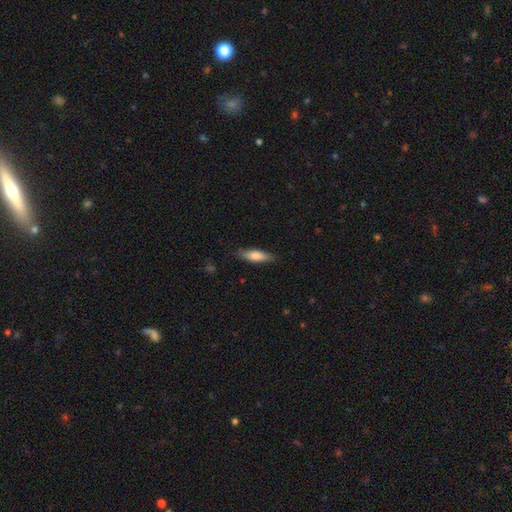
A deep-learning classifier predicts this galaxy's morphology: Overall: smooth (76%). How rounded: cigar-shaped (59%; in between 39%). Merging: none (84%).